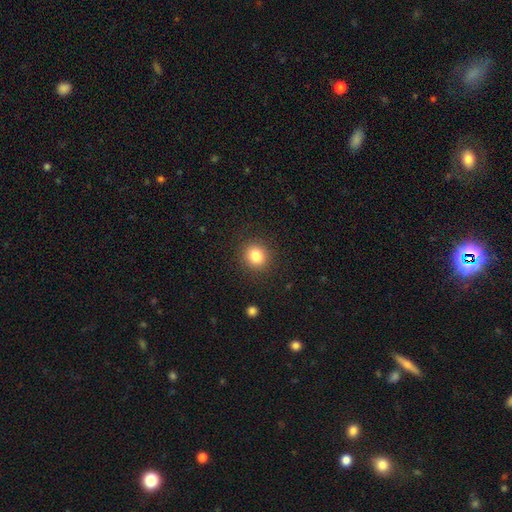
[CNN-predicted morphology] smooth-or-featured: smooth: 82% | star or artifact: 11% | featured or disk: 7%
  how-rounded: round: 86% | in between: 13% | cigar-shaped: 1%
  merging: none: 90% | minor disturbance: 7% | major disturbance: 3% | merger: 1%